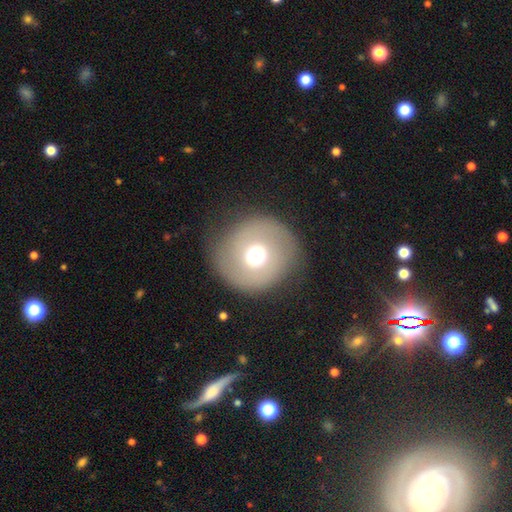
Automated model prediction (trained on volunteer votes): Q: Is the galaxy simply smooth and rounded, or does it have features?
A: smooth — 58%.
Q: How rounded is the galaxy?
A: round — 86%.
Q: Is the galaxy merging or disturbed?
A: none — 80%.